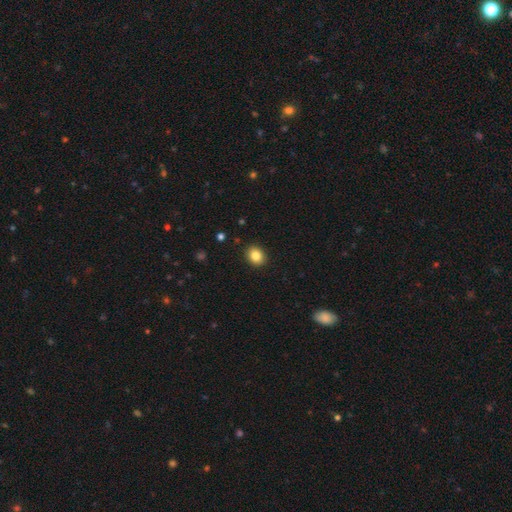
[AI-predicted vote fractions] smooth 84%, star or artifact 10%, featured or disk 6%. Down the decision tree: how rounded — round (59%); merging — none (91%).